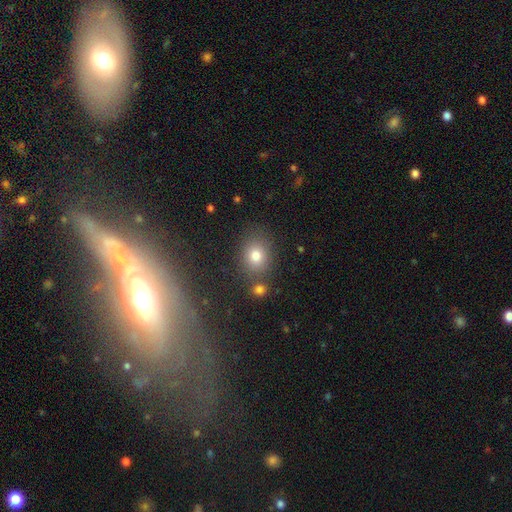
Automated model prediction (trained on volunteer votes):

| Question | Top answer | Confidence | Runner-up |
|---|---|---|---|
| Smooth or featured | smooth | 77% | star or artifact (14%) |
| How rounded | round | 58% | in between (41%) |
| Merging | none | 76% | minor disturbance (11%) |